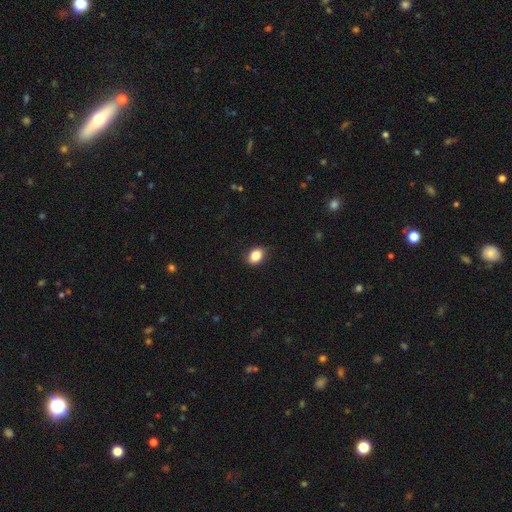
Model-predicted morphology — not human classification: smooth 86%, star or artifact 9%, featured or disk 5%. Down the decision tree: how rounded — in between (71%); merging — none (86%).